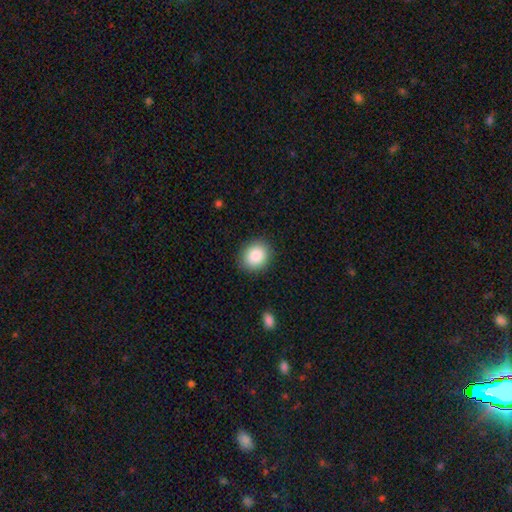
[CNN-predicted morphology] This is clearly a smooth galaxy (88%). How rounded: likely round (72%). Merging: clearly none (89%).